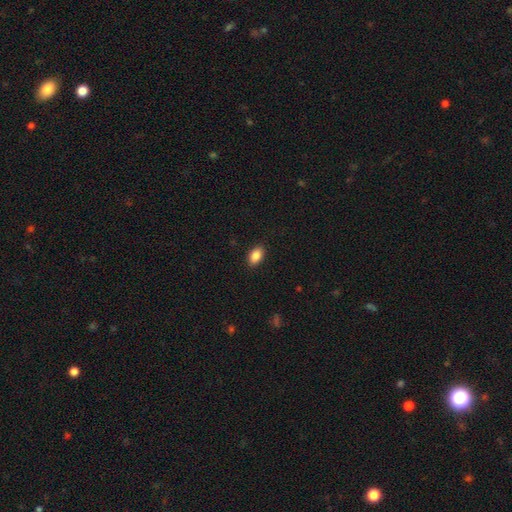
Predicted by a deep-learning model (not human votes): smooth_or_featured: smooth (p=0.88) [alt: star or artifact p=0.08]
how_rounded: in between (p=0.89) [alt: round p=0.09]
merging: none (p=0.89) [alt: minor disturbance p=0.08]